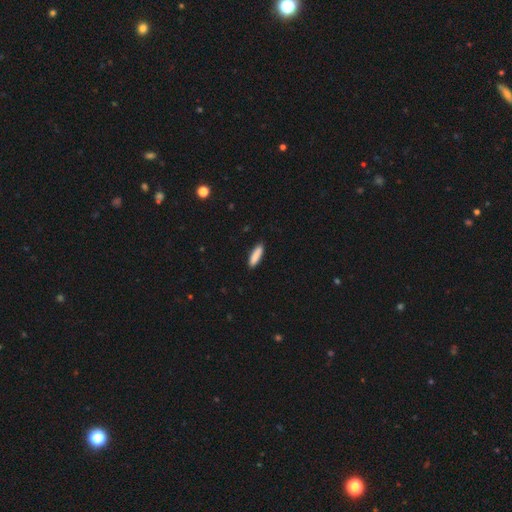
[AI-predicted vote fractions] This appears to be a smooth galaxy with no disk features (88%) that is cigar-shaped (66%). Merging: none (88%).